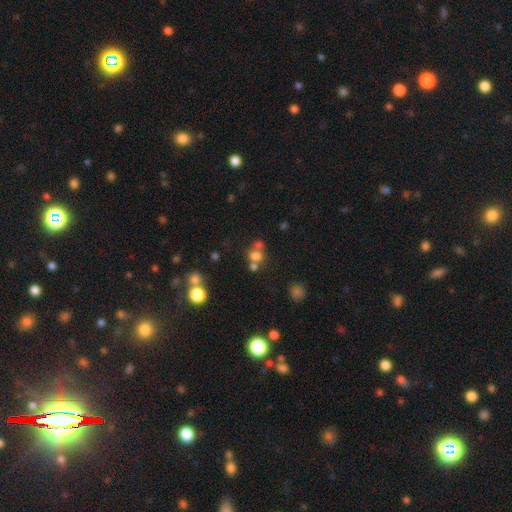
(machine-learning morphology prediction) Q: Smooth or featured?
A: smooth (66%); runner-up: star or artifact (20%)
Q: How rounded?
A: round (69%); runner-up: in between (30%)
Q: Merging?
A: none (43%); runner-up: merger (42%)